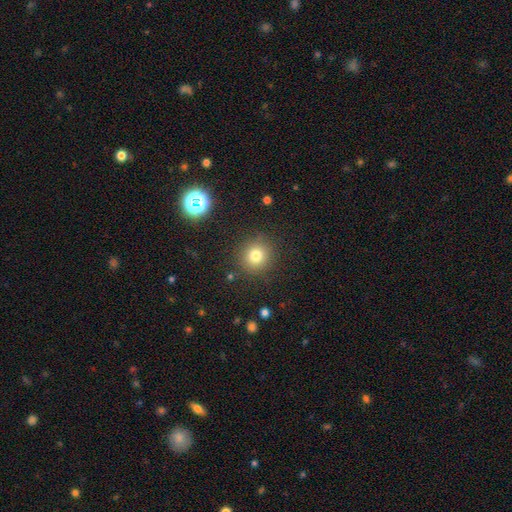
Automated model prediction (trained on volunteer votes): Overall: smooth (77%). How rounded: round (91%). Merging: none (88%).